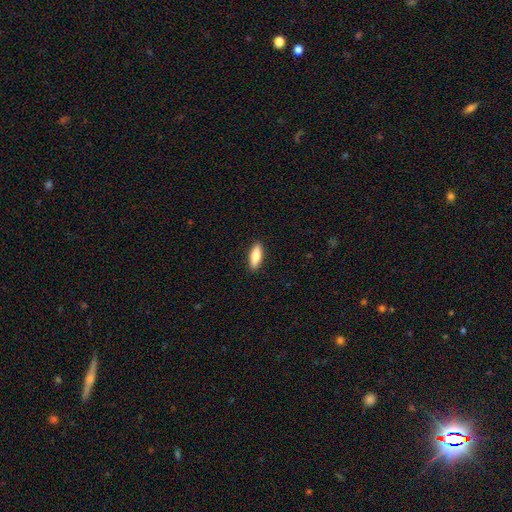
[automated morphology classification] Smooth or featured?
  - smooth: 77% *
  - featured or disk: 17%
  - star or artifact: 6%
How rounded?
  - in between: 61% *
  - cigar-shaped: 37%
  - round: 2%
Merging?
  - none: 90% *
  - minor disturbance: 7%
  - major disturbance: 2%
  - merger: 1%